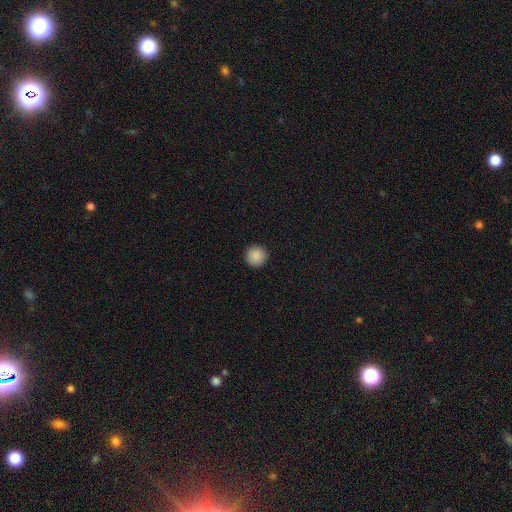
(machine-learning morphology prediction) type=smooth (89%); roundness=round (96%); merging=none (93%).